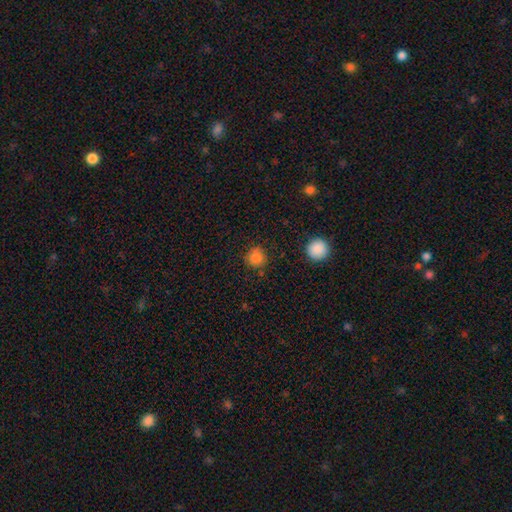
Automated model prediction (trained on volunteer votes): Q: Smooth or featured?
A: smooth (83%); runner-up: star or artifact (12%)
Q: How rounded?
A: round (91%); runner-up: in between (8%)
Q: Merging?
A: none (82%); runner-up: minor disturbance (12%)